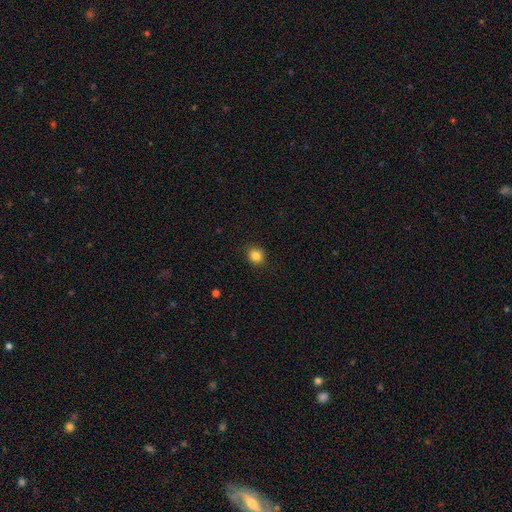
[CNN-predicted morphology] Overall: smooth (84%). How rounded: round (87%). Merging: none (90%).